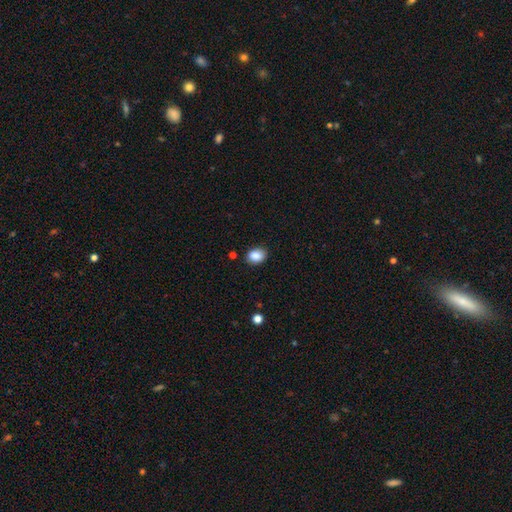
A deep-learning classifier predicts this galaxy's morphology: Smooth or featured: smooth — 87% (star or artifact — 9%)
How rounded: in between — 65% (round — 34%)
Merging: none — 87% (minor disturbance — 9%)